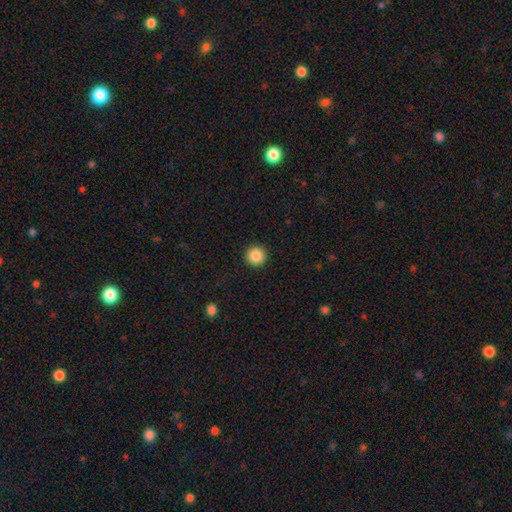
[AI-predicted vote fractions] Smooth or featured?
  - smooth: 86% *
  - star or artifact: 9%
  - featured or disk: 4%
How rounded?
  - round: 96% *
  - in between: 3%
  - cigar-shaped: 1%
Merging?
  - none: 93% *
  - minor disturbance: 4%
  - major disturbance: 2%
  - merger: 1%